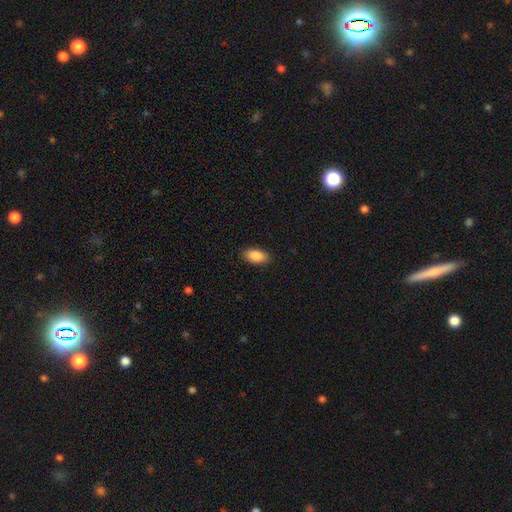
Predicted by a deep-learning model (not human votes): smooth 89%, star or artifact 7%, featured or disk 4%. Down the decision tree: how rounded — in between (93%); merging — none (88%).